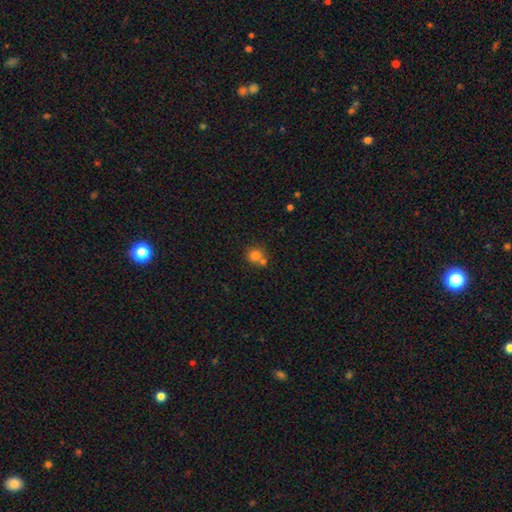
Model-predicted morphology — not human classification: A smooth galaxy with no disk features (77%) that is round (86%). Merging: none (52%).